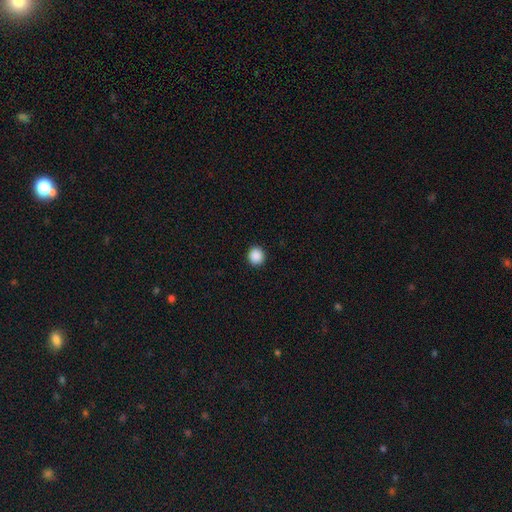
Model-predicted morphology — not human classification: smooth-or-featured: smooth: 89% | star or artifact: 9% | featured or disk: 2%
  how-rounded: round: 91% | in between: 8% | cigar-shaped: 1%
  merging: none: 92% | minor disturbance: 5% | major disturbance: 2% | merger: 1%